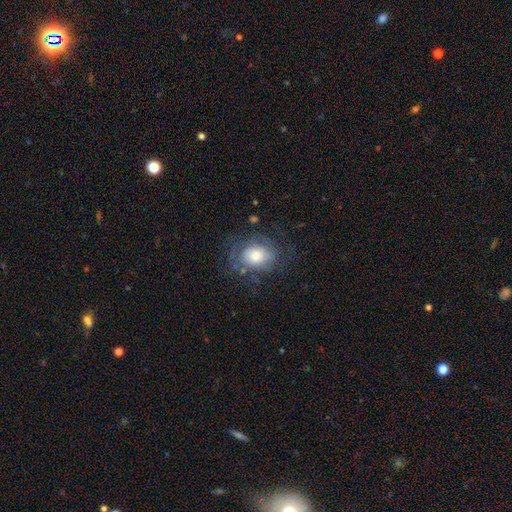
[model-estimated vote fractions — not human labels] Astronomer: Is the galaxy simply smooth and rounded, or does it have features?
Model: featured or disk — 49% (runner-up: smooth, 40%).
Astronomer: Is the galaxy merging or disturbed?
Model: none — 62%.